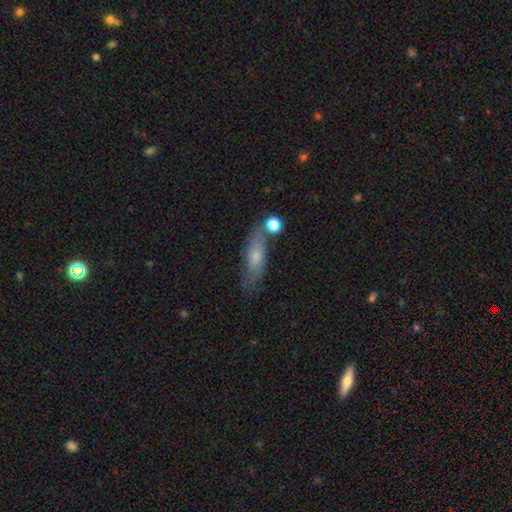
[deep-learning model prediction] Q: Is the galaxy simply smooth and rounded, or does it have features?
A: smooth — 61%.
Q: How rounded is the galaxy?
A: cigar-shaped — 52%.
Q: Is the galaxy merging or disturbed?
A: none — 68%.